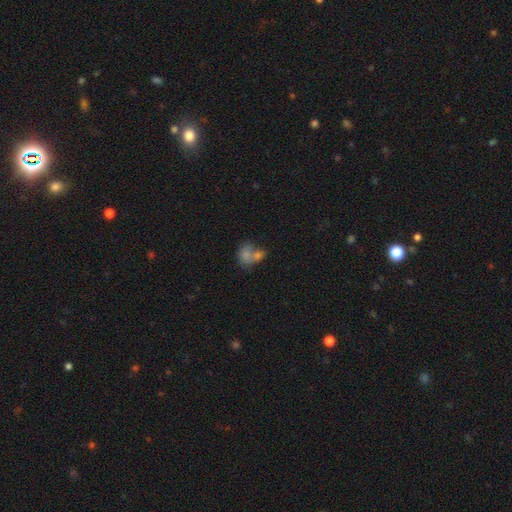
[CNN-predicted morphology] Overall: smooth (61%). How rounded: round (49%, tied with in between). Merging: merger (51%; none 32%).